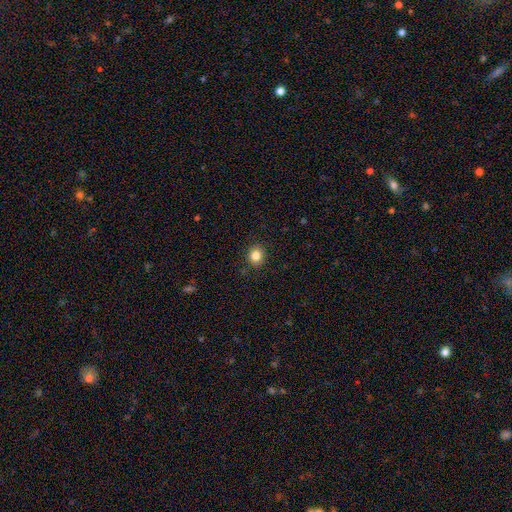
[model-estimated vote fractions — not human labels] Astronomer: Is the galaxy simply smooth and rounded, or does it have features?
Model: smooth — 83%.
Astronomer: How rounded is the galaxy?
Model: round — 79%.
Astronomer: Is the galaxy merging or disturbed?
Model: none — 90%.